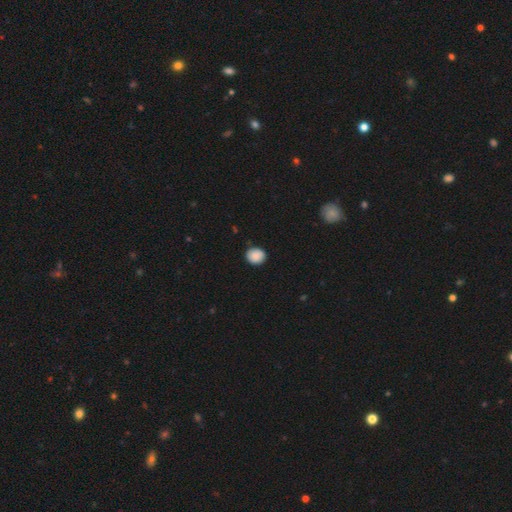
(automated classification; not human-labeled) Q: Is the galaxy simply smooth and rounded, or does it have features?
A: smooth — 89%.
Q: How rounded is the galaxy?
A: round — 76%.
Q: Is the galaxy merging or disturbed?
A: none — 86%.